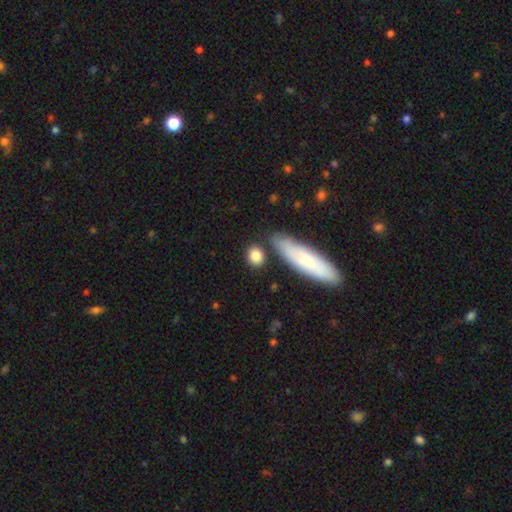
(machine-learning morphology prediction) This is clearly a smooth galaxy (85%). How rounded: possibly round (52%). Merging: likely none (77%).